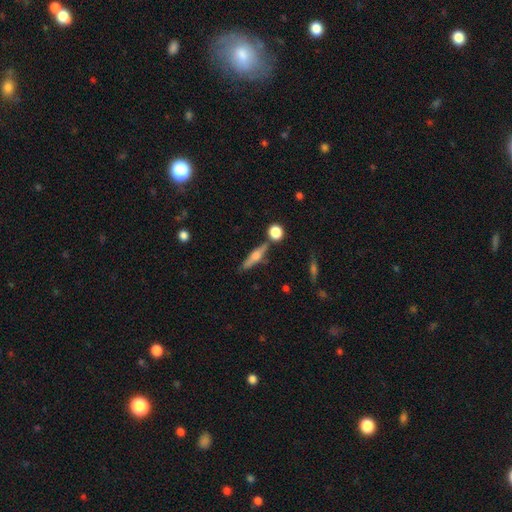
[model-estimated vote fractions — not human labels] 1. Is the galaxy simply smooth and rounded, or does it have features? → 51% featured or disk, 41% smooth, 8% star or artifact.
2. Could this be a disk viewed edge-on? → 93% yes, 7% no.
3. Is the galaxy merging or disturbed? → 74% none, 12% minor disturbance, 10% merger, 3% major disturbance.